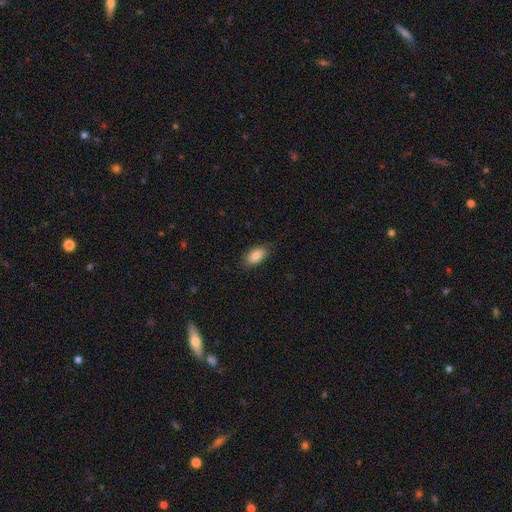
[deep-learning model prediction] smooth-or-featured: smooth: 87% | star or artifact: 7% | featured or disk: 6%
  how-rounded: in between: 93% | round: 4% | cigar-shaped: 3%
  merging: none: 83% | minor disturbance: 13% | major disturbance: 3% | merger: 1%